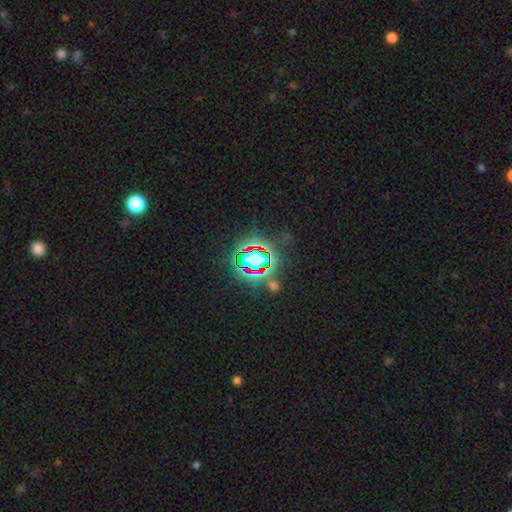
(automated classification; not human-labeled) This appears to be a star or artifact, not a galaxy (71%).